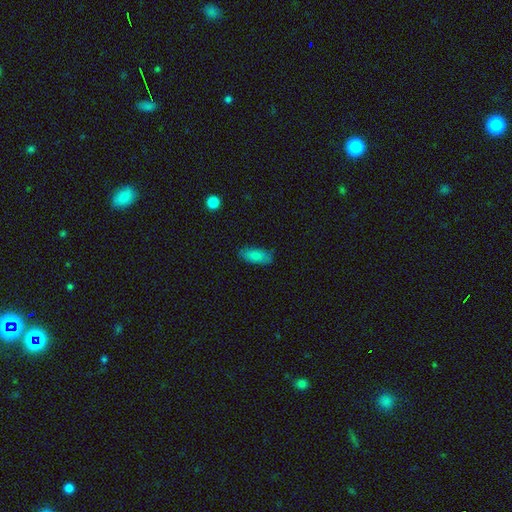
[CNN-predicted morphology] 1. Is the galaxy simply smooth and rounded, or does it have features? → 85% smooth, 7% star or artifact, 7% featured or disk.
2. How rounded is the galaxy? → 82% in between, 16% cigar-shaped, 2% round.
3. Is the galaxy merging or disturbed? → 80% none, 15% minor disturbance, 3% major disturbance, 1% merger.